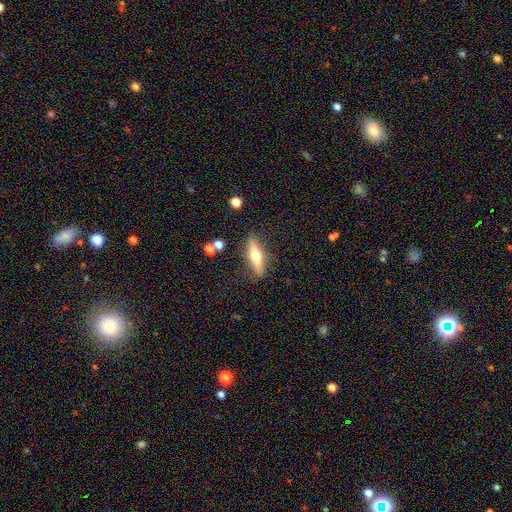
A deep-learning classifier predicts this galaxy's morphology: Overall: featured or disk (55%; smooth 39%). Edge-on disk: yes (91%). Edge-on bulge: rounded (94%). Merging: none (86%).